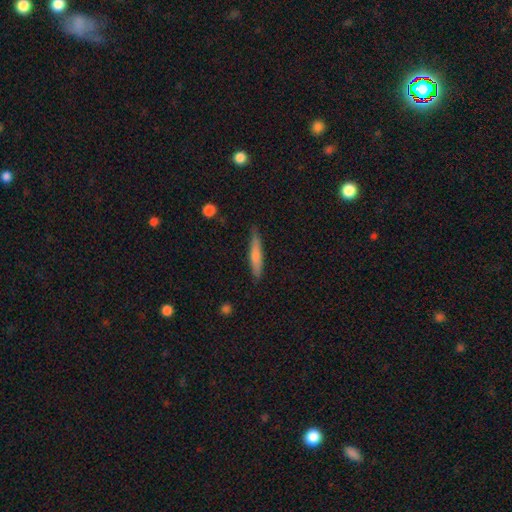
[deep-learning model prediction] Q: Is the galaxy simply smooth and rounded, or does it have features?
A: smooth — 69%.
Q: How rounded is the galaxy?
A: cigar-shaped — 90%.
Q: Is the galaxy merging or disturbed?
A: none — 79%.